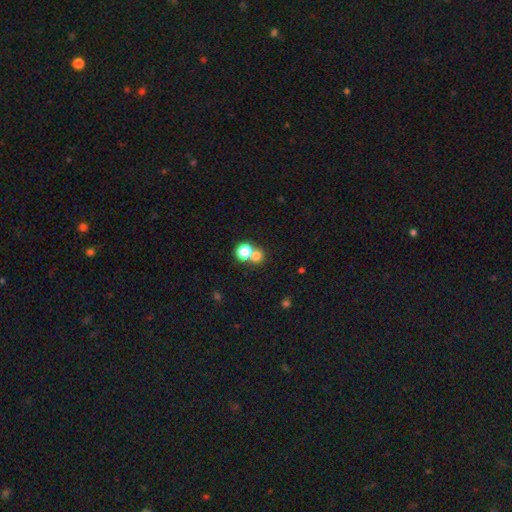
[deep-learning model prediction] smooth_or_featured: smooth (p=0.73) [alt: star or artifact p=0.17]
how_rounded: round (p=0.82) [alt: in between p=0.17]
merging: none (p=0.46) [alt: merger p=0.44]